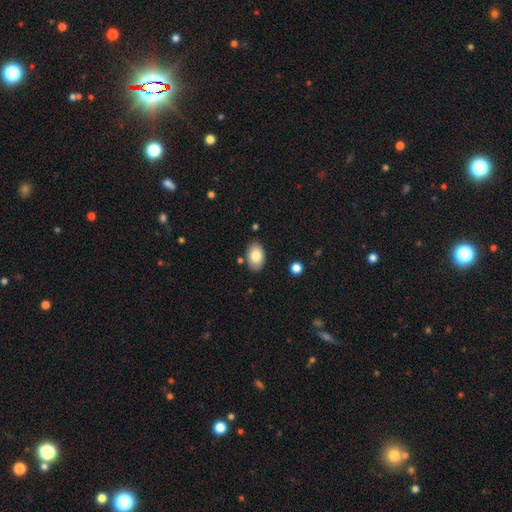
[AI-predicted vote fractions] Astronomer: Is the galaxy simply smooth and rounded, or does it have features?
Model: smooth — 83%.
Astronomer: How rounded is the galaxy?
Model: in between — 90%.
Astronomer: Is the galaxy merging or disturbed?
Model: none — 84%.